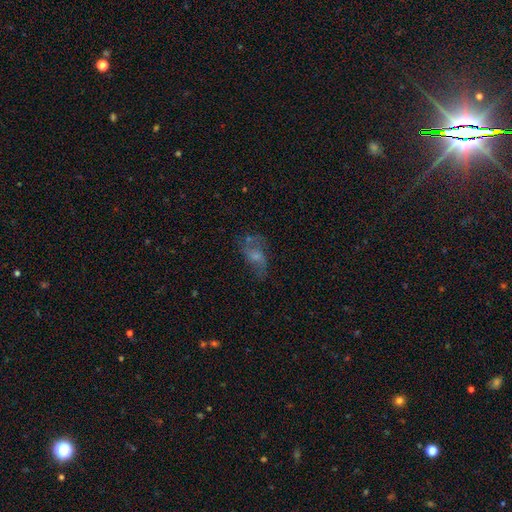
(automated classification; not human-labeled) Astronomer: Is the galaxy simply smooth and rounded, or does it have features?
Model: featured or disk — 51% (runner-up: smooth, 36%).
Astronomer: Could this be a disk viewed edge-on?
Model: no — 94%.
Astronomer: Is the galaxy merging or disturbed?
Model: none — 48% (runner-up: major disturbance, 25%).